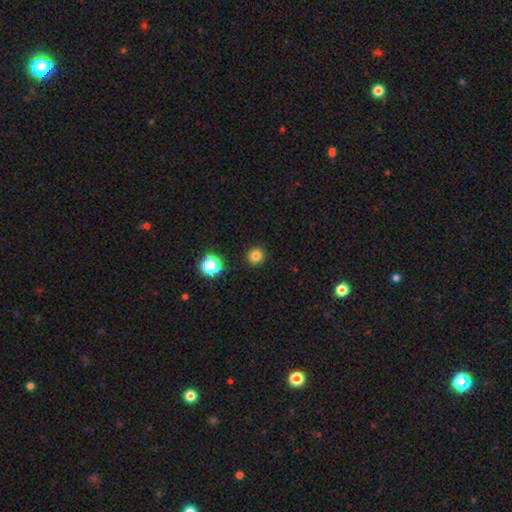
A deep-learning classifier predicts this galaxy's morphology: smooth-or-featured: smooth: 81% | star or artifact: 14% | featured or disk: 4%
  how-rounded: round: 92% | in between: 7% | cigar-shaped: 1%
  merging: none: 92% | minor disturbance: 5% | major disturbance: 2% | merger: 1%